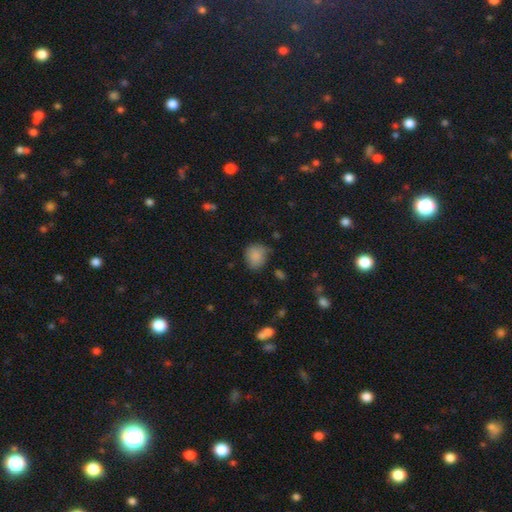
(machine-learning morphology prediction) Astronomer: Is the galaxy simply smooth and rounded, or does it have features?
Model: smooth — 85%.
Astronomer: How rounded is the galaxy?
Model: round — 73%.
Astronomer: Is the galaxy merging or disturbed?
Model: none — 66%.